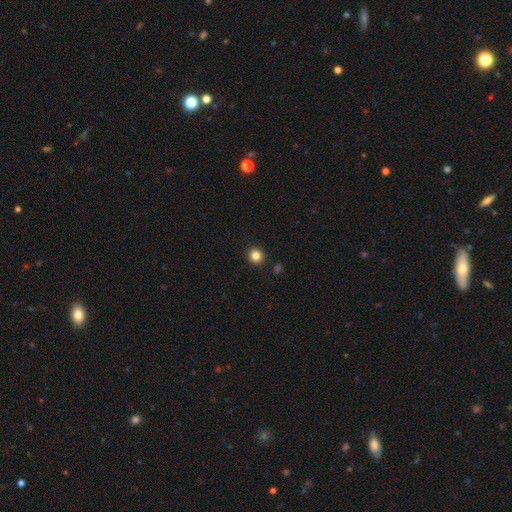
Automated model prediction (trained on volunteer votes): The model was most divided on "smooth or featured": smooth: 83%, star or artifact: 12%, featured or disk: 4%. More confident: how rounded — round (93%); merging — none (92%).